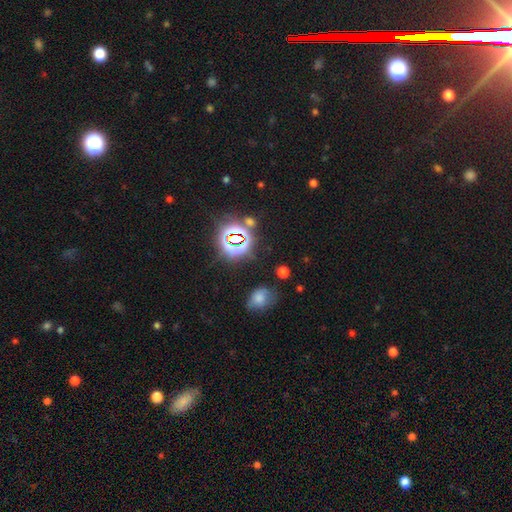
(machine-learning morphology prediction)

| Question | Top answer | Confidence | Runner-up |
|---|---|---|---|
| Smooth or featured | star or artifact | 75% | smooth (15%) |